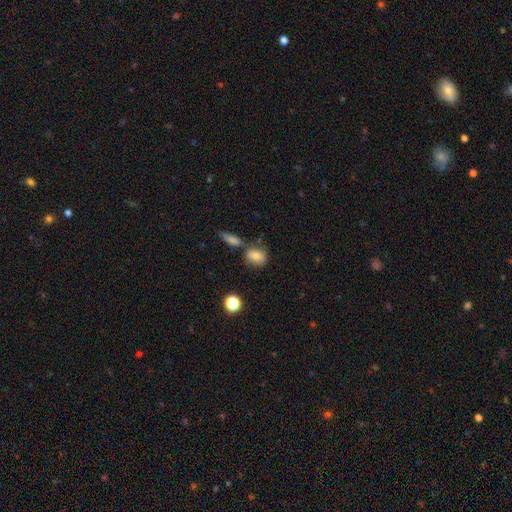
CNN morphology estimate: smooth-or-featured: smooth: 78% | featured or disk: 12% | star or artifact: 10%
  how-rounded: in between: 57% | round: 40% | cigar-shaped: 3%
  merging: none: 61% | merger: 21% | minor disturbance: 14% | major disturbance: 4%